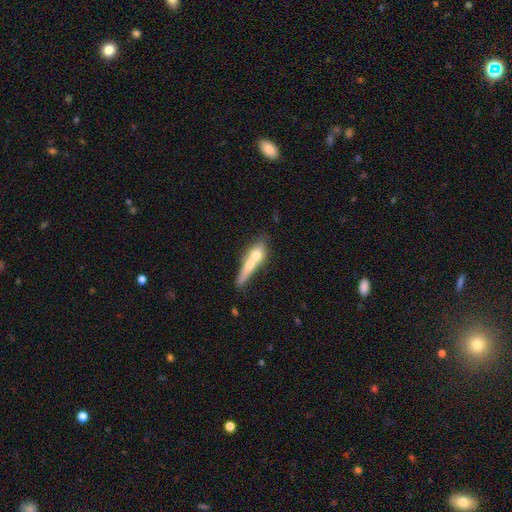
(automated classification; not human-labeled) smooth_or_featured: smooth (p=0.57) [alt: featured or disk p=0.35]
how_rounded: cigar-shaped (p=0.60) [alt: in between p=0.28]
merging: merger (p=0.55) [alt: none p=0.27]